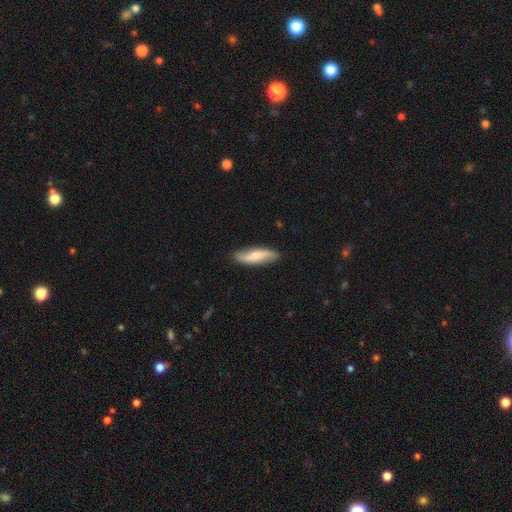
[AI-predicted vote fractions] smooth_or_featured: smooth (p=0.49) [alt: featured or disk p=0.46]
merging: none (p=0.84) [alt: minor disturbance p=0.12]